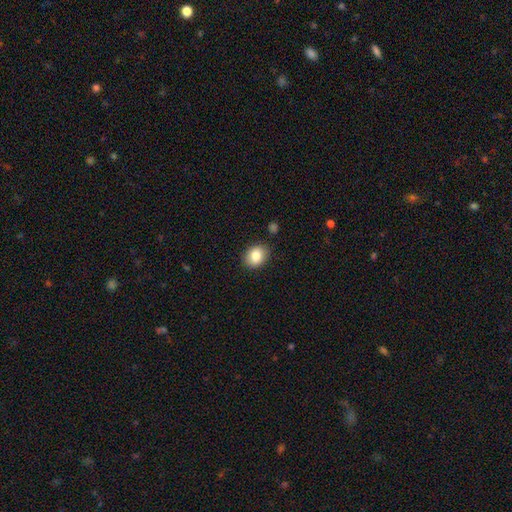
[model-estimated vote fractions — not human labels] This appears to be a smooth galaxy with no disk features (83%) that is in between round and cigar-shaped (57%). Merging: none (86%).